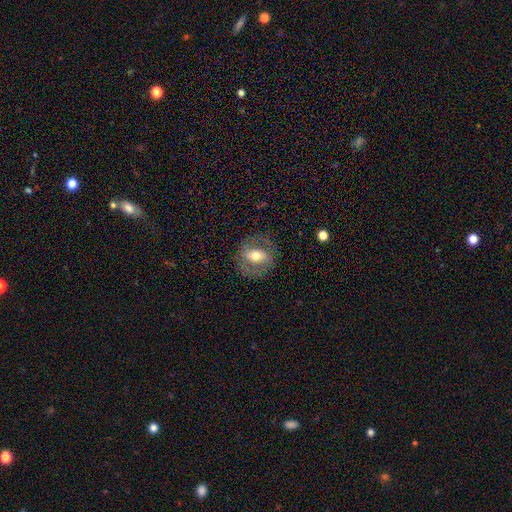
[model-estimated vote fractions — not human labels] The model was most divided on "bar": weak: 36%, no: 32%, strong: 32%. More confident: edge-on disk — no (92%); merging — none (77%); bulge size — moderate (71%); smooth or featured — featured or disk (56%); spiral arms — no (54%).